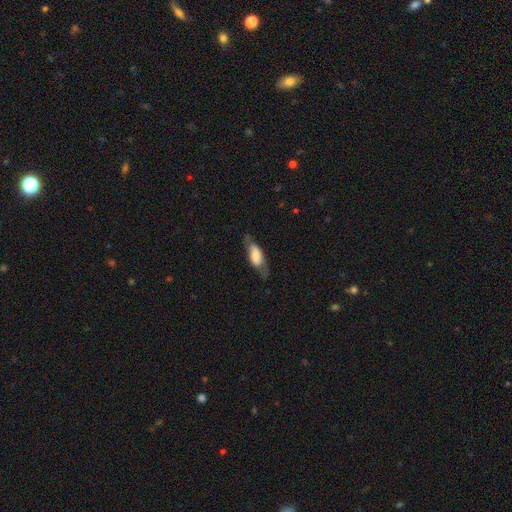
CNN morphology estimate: Smooth or featured?
  - smooth: 55% *
  - featured or disk: 38%
  - star or artifact: 7%
How rounded?
  - in between: 68% *
  - cigar-shaped: 30%
  - round: 3%
Merging?
  - none: 68% *
  - minor disturbance: 20%
  - major disturbance: 11%
  - merger: 1%